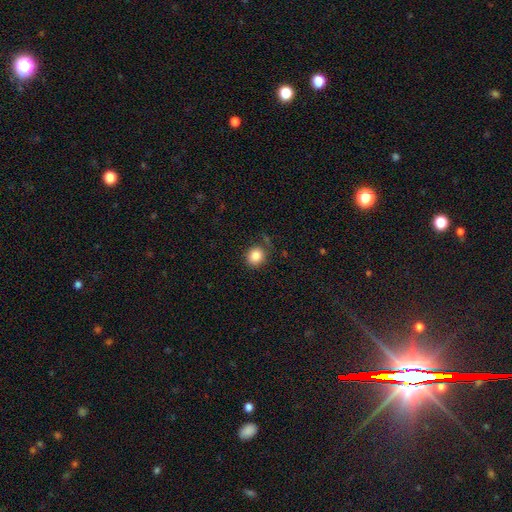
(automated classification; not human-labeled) Morphology: type=smooth (86%); roundness=round (78%); merging=none (78%).